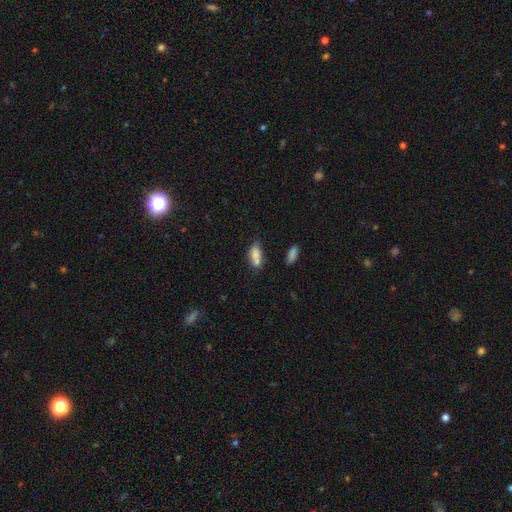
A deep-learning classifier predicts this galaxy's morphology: A smooth galaxy with no disk features (75%) that is in between round and cigar-shaped (82%). Merging: none (43%).